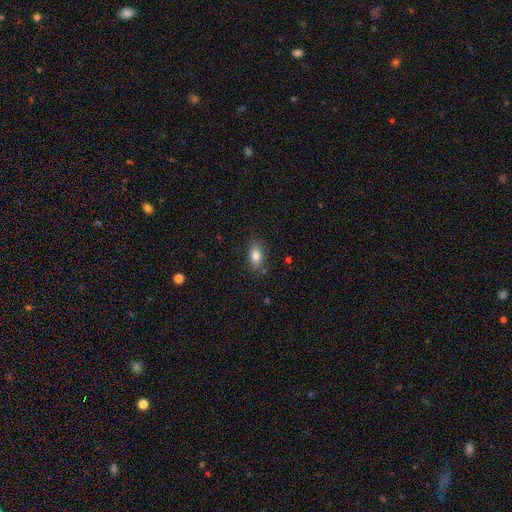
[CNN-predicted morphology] Smooth or featured? smooth (81%)
How rounded? in between (85%)
Merging? none (79%)